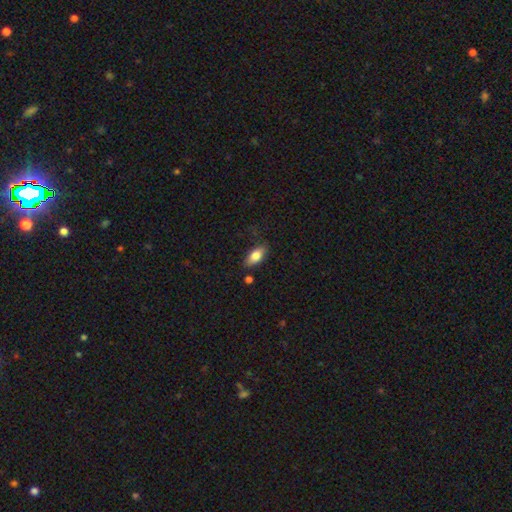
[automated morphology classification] This appears to be a smooth galaxy with no disk features (80%) that is in between round and cigar-shaped (87%). Merging: none (77%).